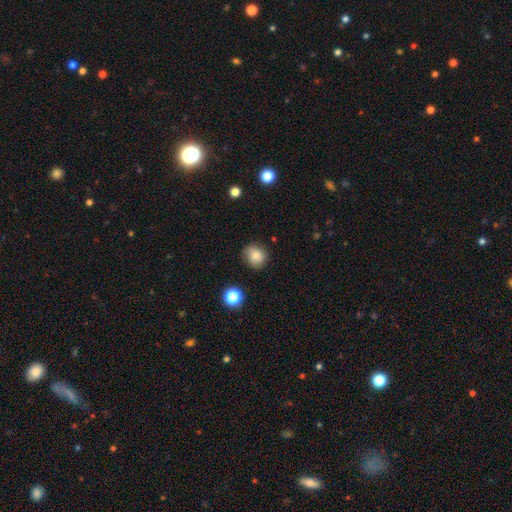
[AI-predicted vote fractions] The model was most divided on "how rounded": round: 77%, in between: 22%, cigar-shaped: 1%. More confident: smooth or featured — smooth (83%); merging — none (77%).